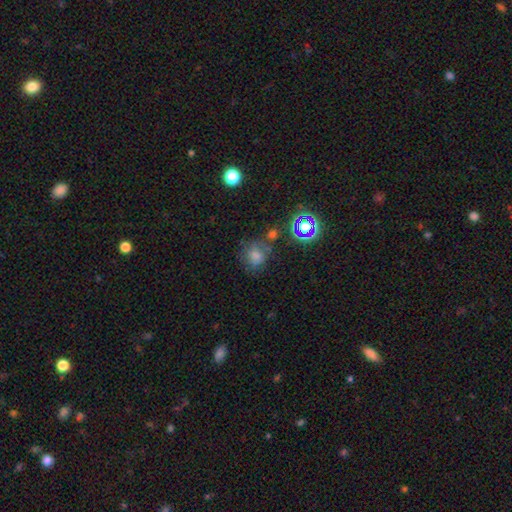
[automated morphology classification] The model was most divided on "smooth or featured": smooth: 54%, star or artifact: 30%, featured or disk: 16%. More confident: how rounded — round (74%); merging — none (60%).